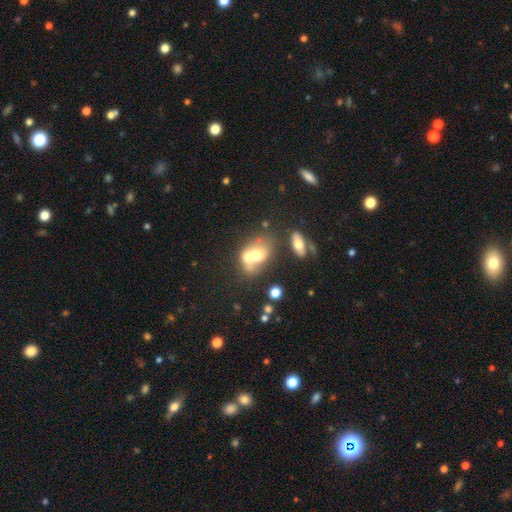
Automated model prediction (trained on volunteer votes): The model was most divided on "how rounded": in between: 62%, round: 36%, cigar-shaped: 2%. More confident: merging — merger (64%); smooth or featured — smooth (59%).